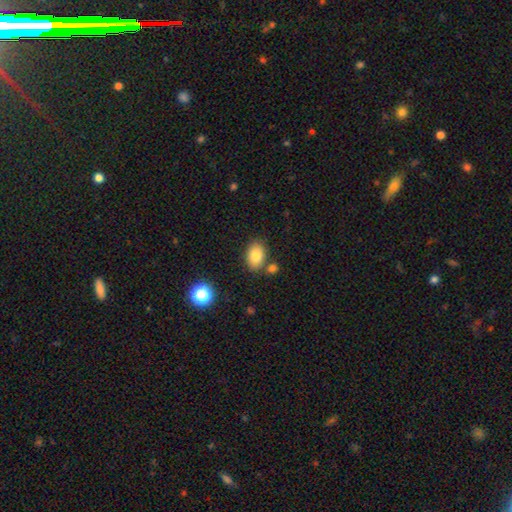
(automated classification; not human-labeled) Q: Smooth or featured?
A: smooth (81%); runner-up: featured or disk (9%)
Q: How rounded?
A: in between (84%); runner-up: round (15%)
Q: Merging?
A: none (76%); runner-up: minor disturbance (12%)